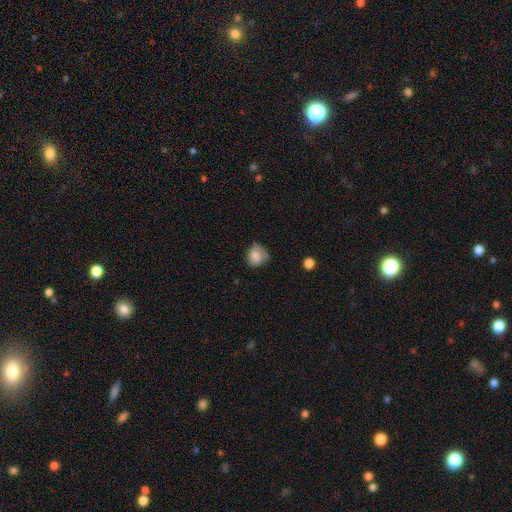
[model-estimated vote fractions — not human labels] Overall: smooth (79%). How rounded: round (69%; in between 30%). Merging: none (52%; minor disturbance 32%).